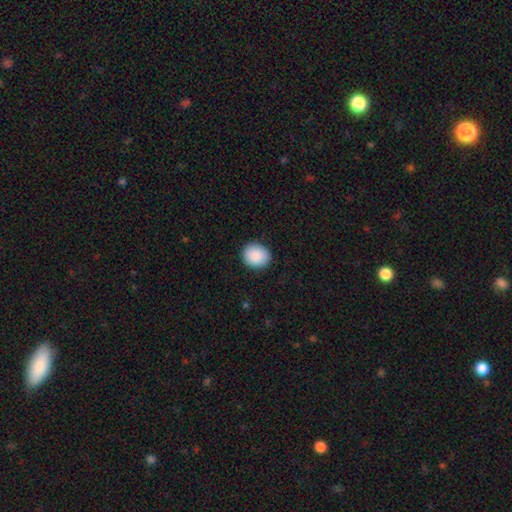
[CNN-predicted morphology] The model was most divided on "how rounded": round: 72%, in between: 27%, cigar-shaped: 1%. More confident: merging — none (90%); smooth or featured — smooth (89%).